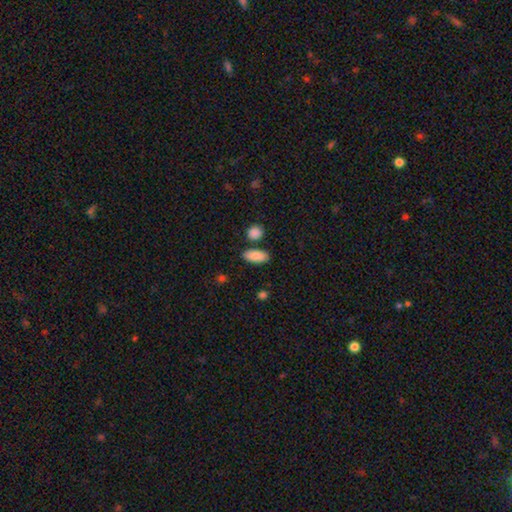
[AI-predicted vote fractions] smooth 88%, star or artifact 7%, featured or disk 5%. Down the decision tree: how rounded — in between (86%); merging — none (80%).